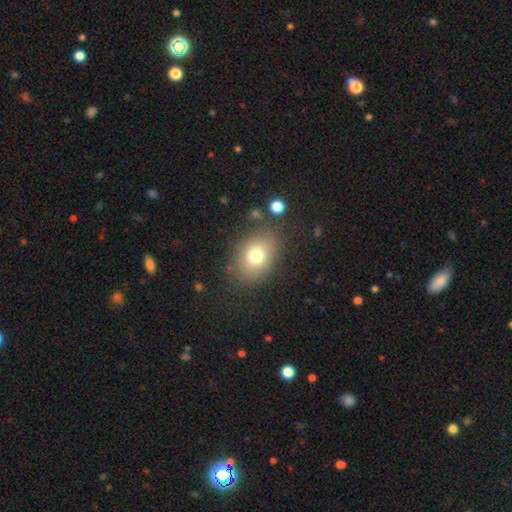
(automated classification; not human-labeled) Morphology: type=smooth (75%); roundness=in between (68%); merging=none (79%).